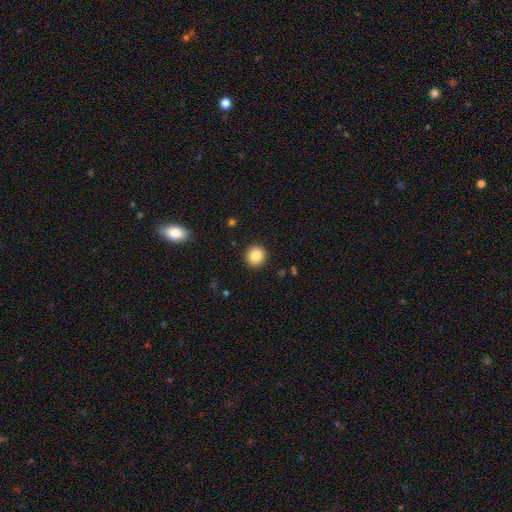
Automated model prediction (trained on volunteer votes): Smooth or featured?
  - smooth: 86% *
  - star or artifact: 9%
  - featured or disk: 5%
How rounded?
  - round: 95% *
  - in between: 4%
  - cigar-shaped: 1%
Merging?
  - none: 93% *
  - minor disturbance: 5%
  - major disturbance: 2%
  - merger: 1%